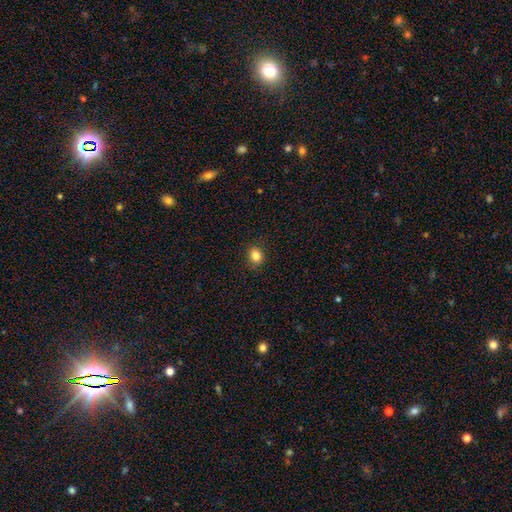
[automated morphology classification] Overall: smooth (84%). How rounded: round (58%; in between 41%). Merging: none (88%).